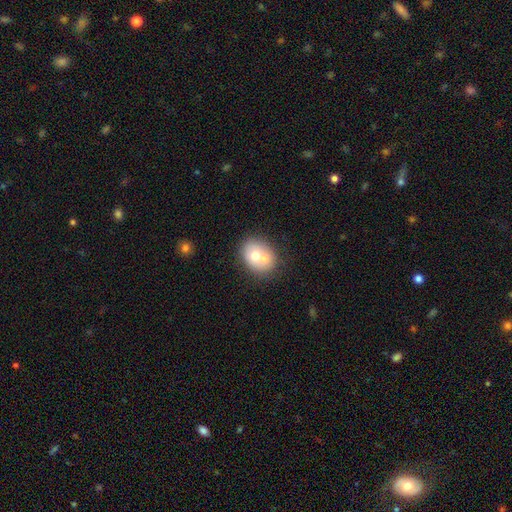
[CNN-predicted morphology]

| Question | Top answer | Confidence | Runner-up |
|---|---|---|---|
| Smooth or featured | smooth | 62% | featured or disk (29%) |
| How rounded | in between | 50% | round (49%) |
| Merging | merger | 46% | none (39%) |